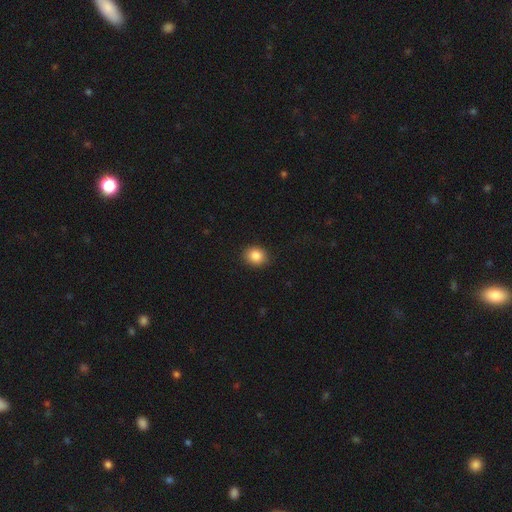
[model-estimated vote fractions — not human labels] smooth_or_featured: smooth (p=0.86) [alt: star or artifact p=0.09]
how_rounded: round (p=0.64) [alt: in between p=0.35]
merging: none (p=0.90) [alt: minor disturbance p=0.07]